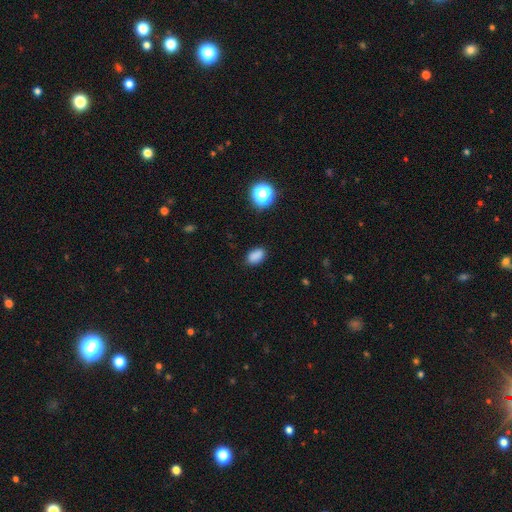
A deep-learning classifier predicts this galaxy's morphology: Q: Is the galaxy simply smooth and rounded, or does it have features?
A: smooth — 84%.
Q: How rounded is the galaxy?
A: in between — 85%.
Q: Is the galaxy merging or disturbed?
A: none — 84%.